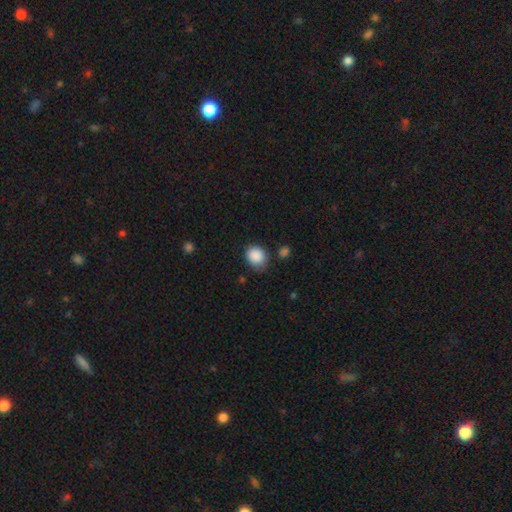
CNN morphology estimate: Smooth or featured? smooth (88%)
How rounded? round (64%)
Merging? none (72%)